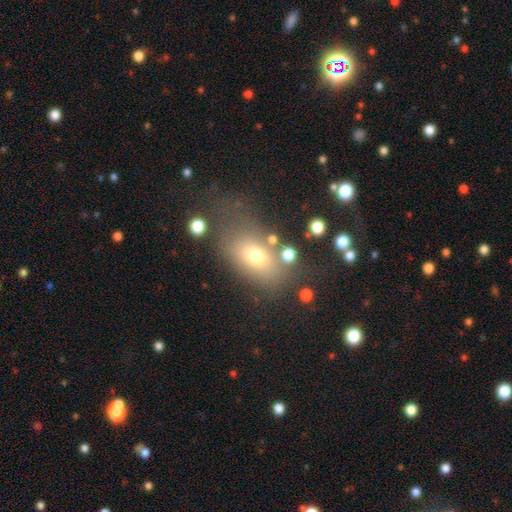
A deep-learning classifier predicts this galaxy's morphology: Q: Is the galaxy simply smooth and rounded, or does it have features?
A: smooth — 67%.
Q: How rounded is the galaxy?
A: in between — 80%.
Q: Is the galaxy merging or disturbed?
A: none — 55%.